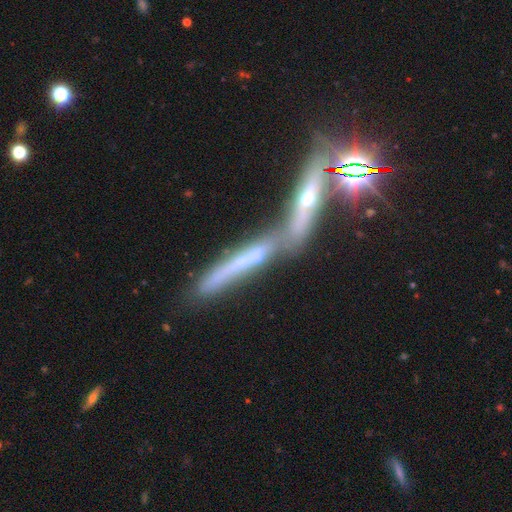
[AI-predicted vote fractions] Overall: featured or disk (52%; smooth 38%). Edge-on disk: yes (75%). Merging: merger (43%; none 34%).